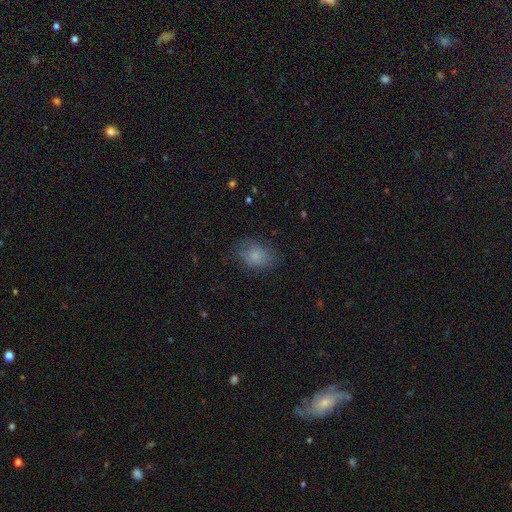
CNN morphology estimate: Smooth or featured? Predicted: smooth (p=0.79). How rounded? Predicted: in between (p=0.69). Merging? Predicted: none (p=0.71).